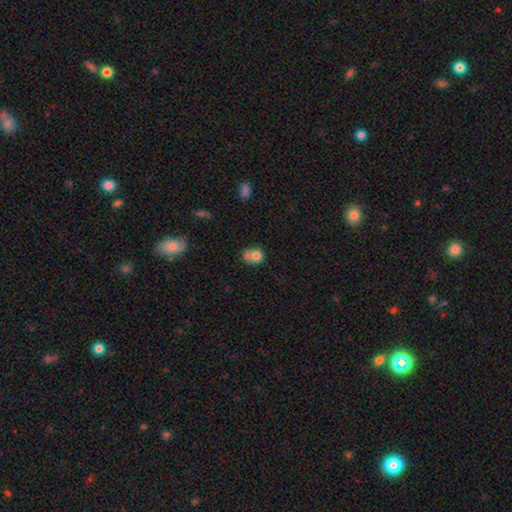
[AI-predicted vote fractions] A smooth galaxy with no disk features (76%) that is round (55%).

Vote fractions:
- Smooth or featured? smooth: 76% / featured or disk: 14% / star or artifact: 10%
- How rounded? round: 55% / in between: 44% / cigar-shaped: 1%
- Merging? none: 36% / minor disturbance: 27% / merger: 26% / major disturbance: 12%